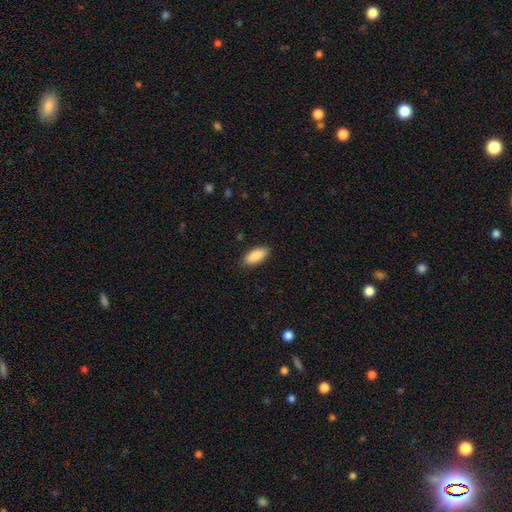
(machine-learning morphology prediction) Smooth or featured? smooth (89%)
How rounded? in between (86%)
Merging? none (88%)